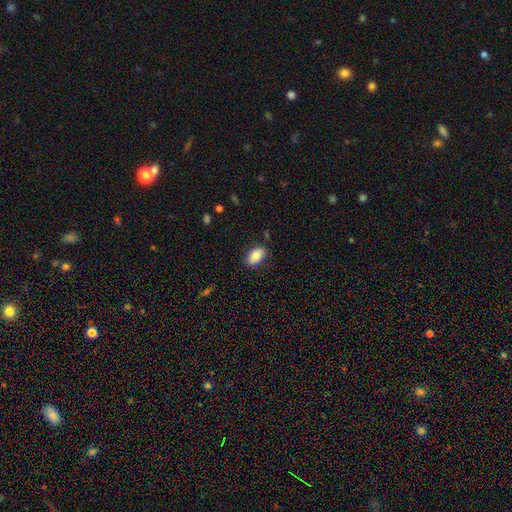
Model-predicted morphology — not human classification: Smooth or featured? Predicted: smooth (p=0.81). How rounded? Predicted: in between (p=0.92). Merging? Predicted: none (p=0.84).